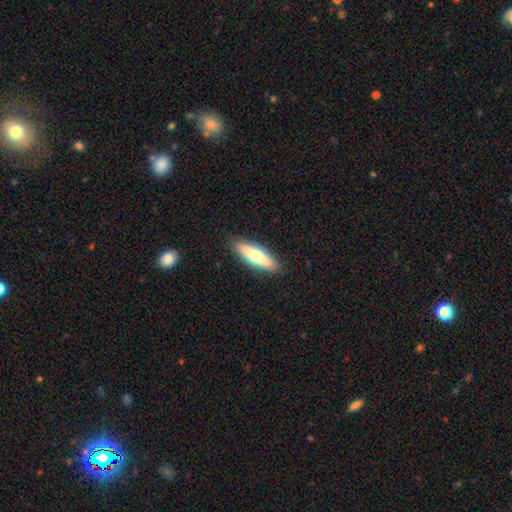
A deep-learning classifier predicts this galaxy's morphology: smooth-or-featured: smooth: 60% | featured or disk: 34% | star or artifact: 6%
  how-rounded: cigar-shaped: 60% | in between: 38% | round: 2%
  merging: none: 89% | minor disturbance: 8% | major disturbance: 2% | merger: 1%